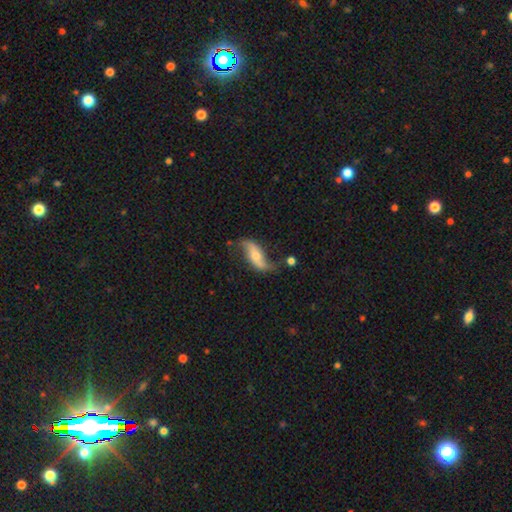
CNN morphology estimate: This is likely a featured or disk galaxy (74%). It is clearly not viewed edge-on (87%). Bar: possibly no (48%). Spiral arm pattern: clearly yes (89%). Spiral arm count: clearly 2 (91%). Spiral winding: clearly loose (87%). Central bulge: possibly moderate (55%). Merging: likely none (61%).